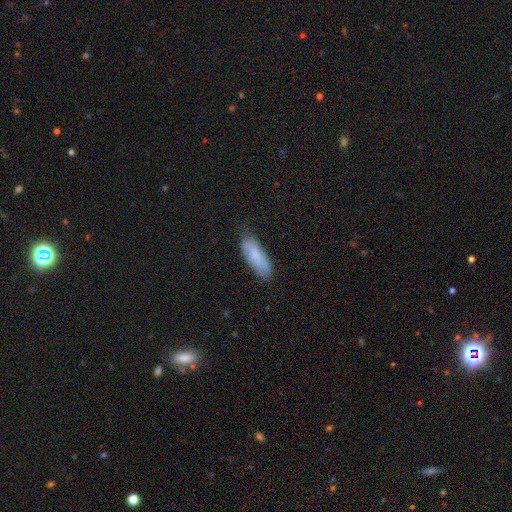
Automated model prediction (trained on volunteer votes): A smooth galaxy with no disk features (78%) that is in between round and cigar-shaped (65%). Merging: none (71%).